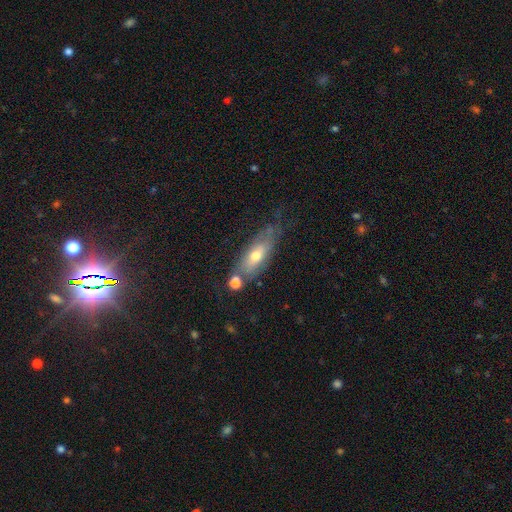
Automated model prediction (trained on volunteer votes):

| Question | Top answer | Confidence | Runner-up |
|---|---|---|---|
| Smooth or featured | smooth | 48% | featured or disk (43%) |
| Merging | none | 54% | minor disturbance (24%) |